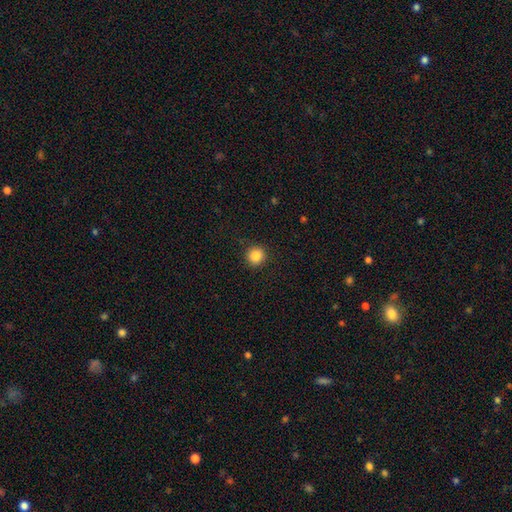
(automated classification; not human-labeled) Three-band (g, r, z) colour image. It shows a smooth galaxy with no disk features (85%) that is round (93%). Merging: none (89%).